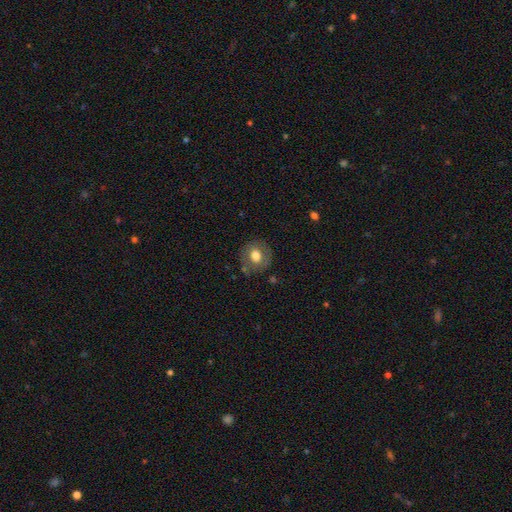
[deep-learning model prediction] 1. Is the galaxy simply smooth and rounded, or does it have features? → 67% smooth, 25% featured or disk, 8% star or artifact.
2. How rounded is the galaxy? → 80% round, 19% in between, 1% cigar-shaped.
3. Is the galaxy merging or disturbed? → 81% none, 13% minor disturbance, 5% major disturbance, 2% merger.